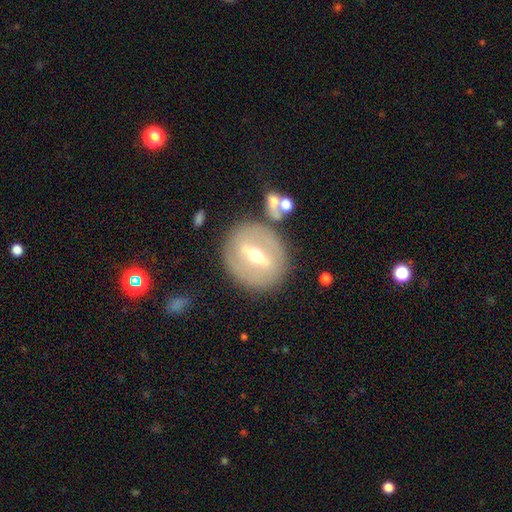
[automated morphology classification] featured or disk 71%, smooth 22%, star or artifact 7%. Down the decision tree: edge-on disk — no (76%); bar — strong (65%); spiral arms — no (79%); bulge size — moderate (71%); merging — none (81%).